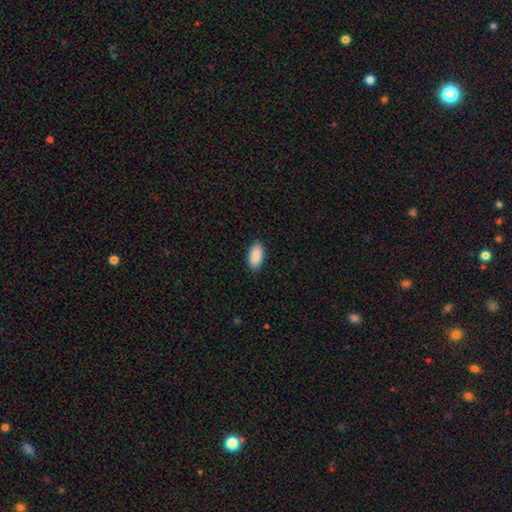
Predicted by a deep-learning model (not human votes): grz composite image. It shows a smooth galaxy with no disk features (90%) that is in between round and cigar-shaped (94%). Merging: none (89%).